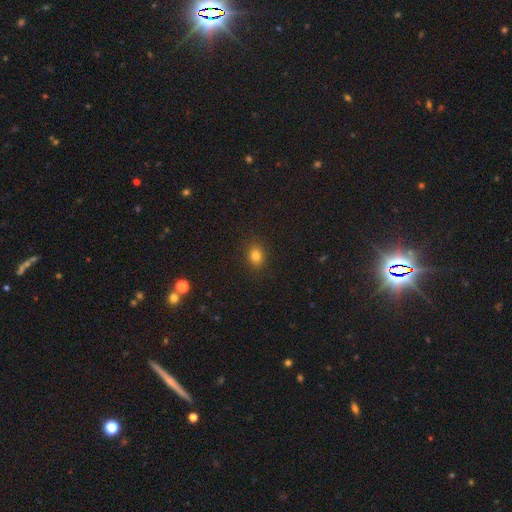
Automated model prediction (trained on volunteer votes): A smooth galaxy with no disk features (81%) that is in between round and cigar-shaped (54%).

Vote fractions:
- Smooth or featured? smooth: 81% / star or artifact: 13% / featured or disk: 6%
- How rounded? in between: 54% / round: 45% / cigar-shaped: 1%
- Merging? none: 89% / minor disturbance: 8% / major disturbance: 2% / merger: 1%